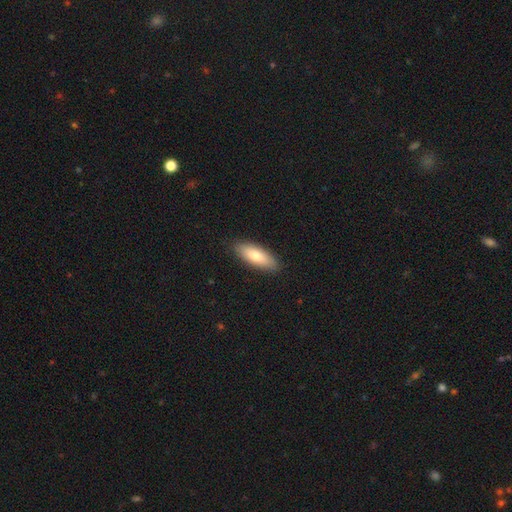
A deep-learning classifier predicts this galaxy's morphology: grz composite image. It shows a smooth galaxy with no disk features (80%) that is in between round and cigar-shaped (68%). Merging: none (88%).